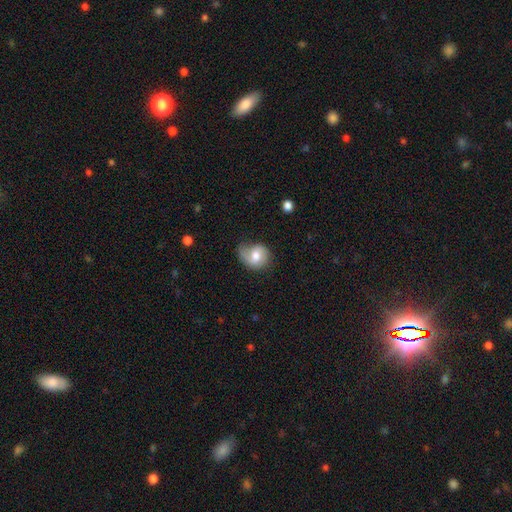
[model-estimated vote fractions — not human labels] A smooth galaxy with no disk features (60%) that is round (61%).

Vote fractions:
- Smooth or featured? smooth: 60% / featured or disk: 32% / star or artifact: 7%
- How rounded? round: 61% / in between: 38% / cigar-shaped: 1%
- Merging? none: 46% / minor disturbance: 35% / major disturbance: 16% / merger: 2%